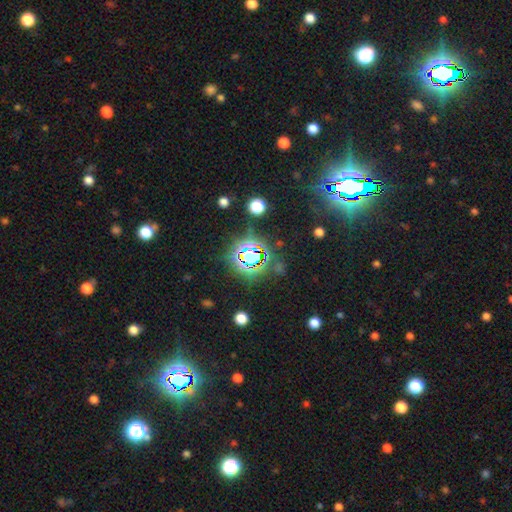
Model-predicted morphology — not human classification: Smooth or featured: star or artifact — 73% (smooth — 17%)